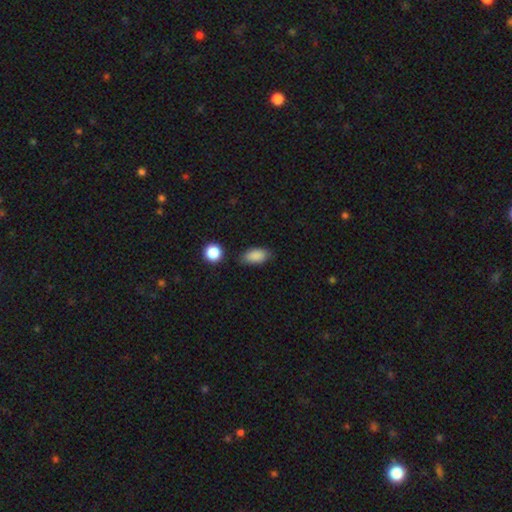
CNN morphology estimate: The model was most divided on "merging": none: 79%, minor disturbance: 15%, major disturbance: 4%, merger: 3%. More confident: how rounded — in between (89%); smooth or featured — smooth (87%).